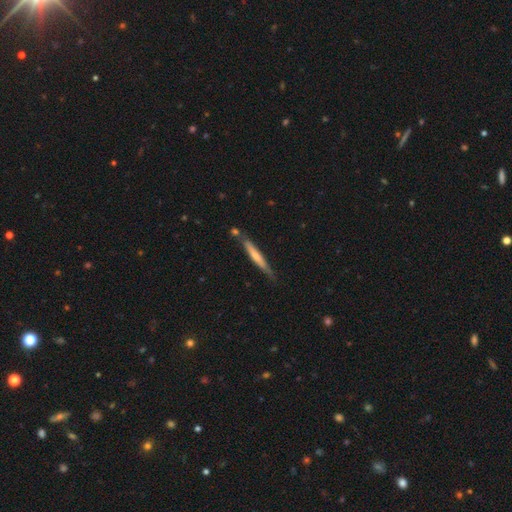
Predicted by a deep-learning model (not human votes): The model was most divided on "smooth or featured": smooth: 53%, featured or disk: 42%, star or artifact: 5%. More confident: how rounded — cigar-shaped (95%); merging — none (73%).